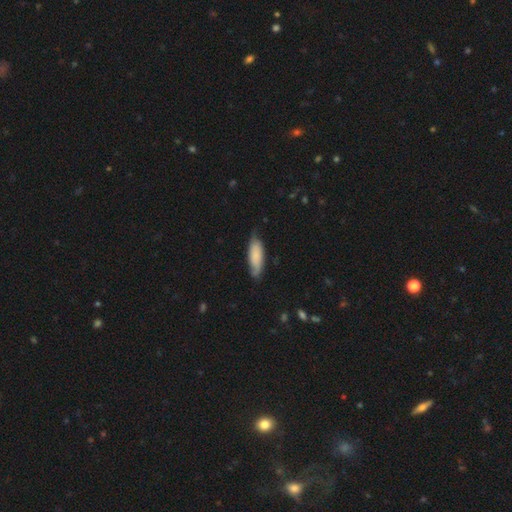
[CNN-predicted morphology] The model was most divided on "how rounded": in between: 61%, cigar-shaped: 38%, round: 2%. More confident: smooth or featured — smooth (76%); merging — none (66%).